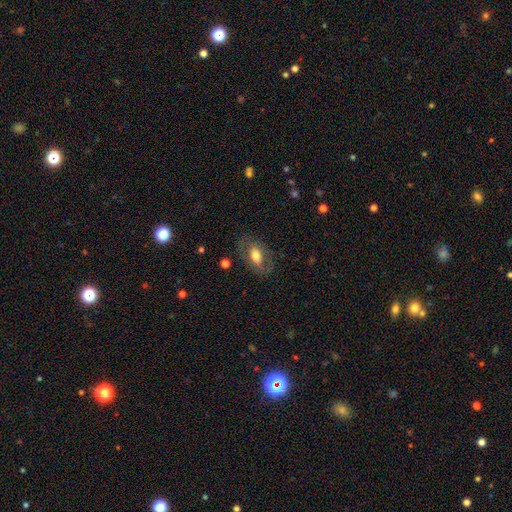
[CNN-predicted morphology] Smooth or featured? Predicted: smooth (p=0.54). How rounded? Predicted: in between (p=0.86). Merging? Predicted: none (p=0.74).